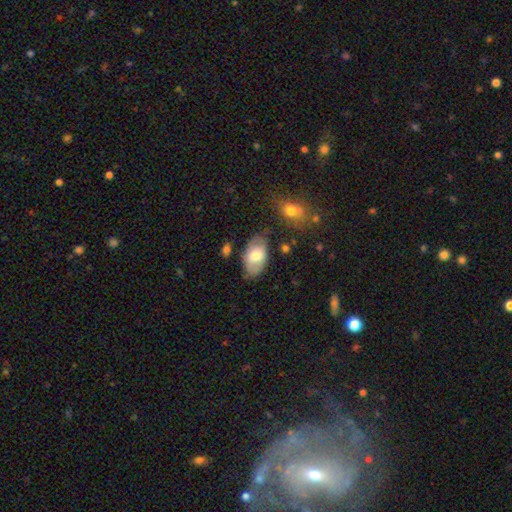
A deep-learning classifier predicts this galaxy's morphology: Smooth or featured: smooth — 66% (featured or disk — 28%)
How rounded: in between — 93% (round — 6%)
Merging: none — 68% (minor disturbance — 22%)